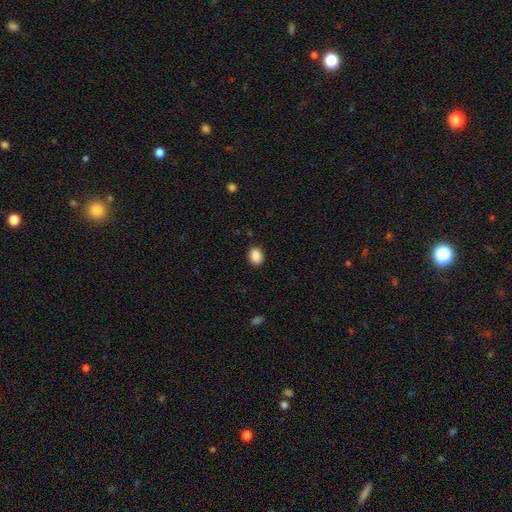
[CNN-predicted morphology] Smooth or featured: smooth — 89% (star or artifact — 8%)
How rounded: in between — 67% (round — 32%)
Merging: none — 88% (minor disturbance — 9%)